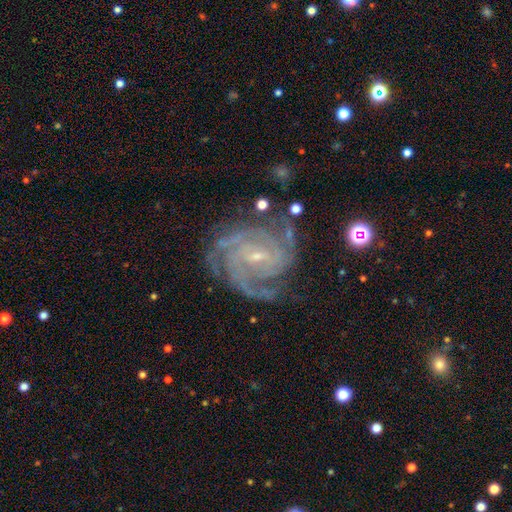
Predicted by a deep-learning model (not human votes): Smooth or featured: featured or disk — 90% (star or artifact — 6%)
Edge-on disk: no — 98% (yes — 2%)
Bar: weak — 46% (no — 32%)
Spiral arms: yes — 98% (no — 2%)
Spiral winding: tight — 65% (medium — 30%)
Spiral arm count: 4 — 32% (3 — 25%)
Bulge size: small — 79% (moderate — 16%)
Merging: none — 72% (minor disturbance — 17%)